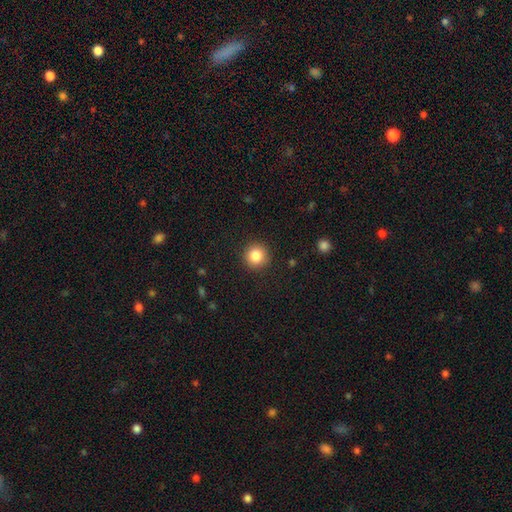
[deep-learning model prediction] The model was most divided on "smooth or featured": smooth: 85%, star or artifact: 10%, featured or disk: 5%. More confident: how rounded — round (94%); merging — none (91%).